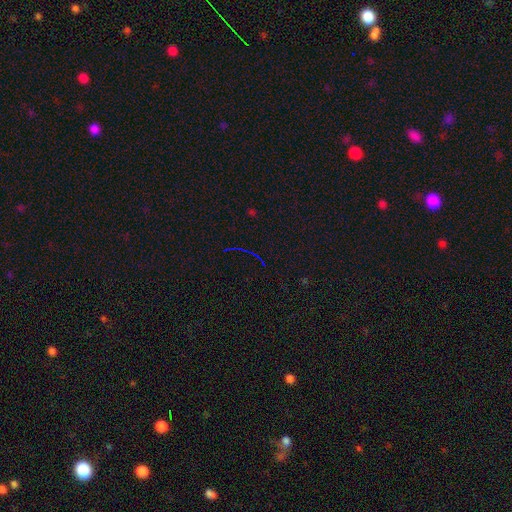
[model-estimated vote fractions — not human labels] A star or artifact, not a galaxy (75%).